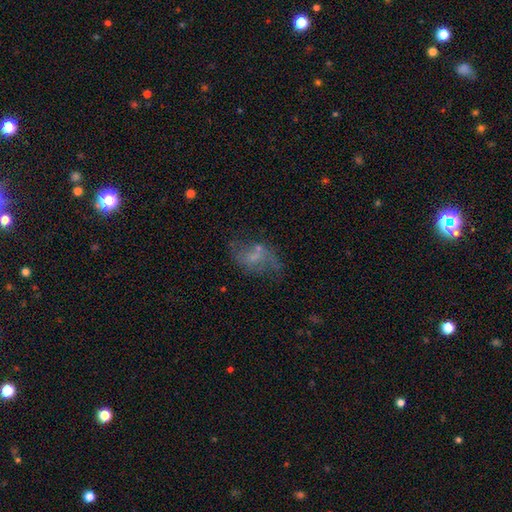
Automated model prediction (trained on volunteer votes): This is possibly a featured or disk galaxy (50%). Merging: marginally none (43%).